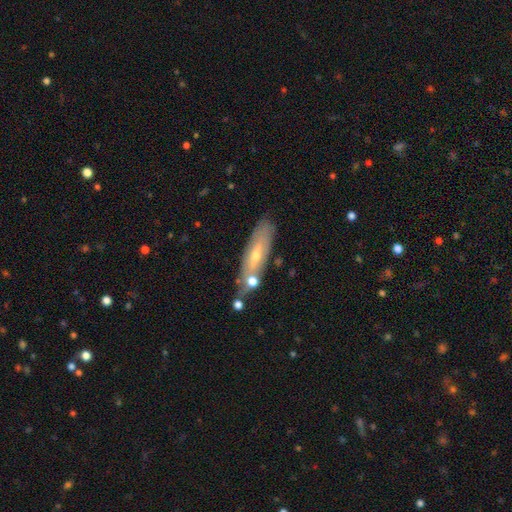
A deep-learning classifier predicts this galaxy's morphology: A featured or disk galaxy (53%).

Vote fractions:
- Smooth or featured? featured or disk: 53% / smooth: 39% / star or artifact: 8%
- Edge-on disk? no: 59% / yes: 41%
- Merging? none: 65% / minor disturbance: 18% / merger: 13% / major disturbance: 5%